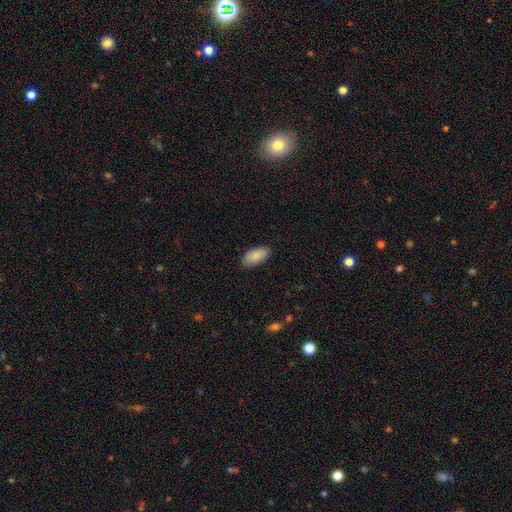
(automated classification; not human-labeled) Morphology: type=smooth (87%); roundness=in between (92%); merging=none (85%).